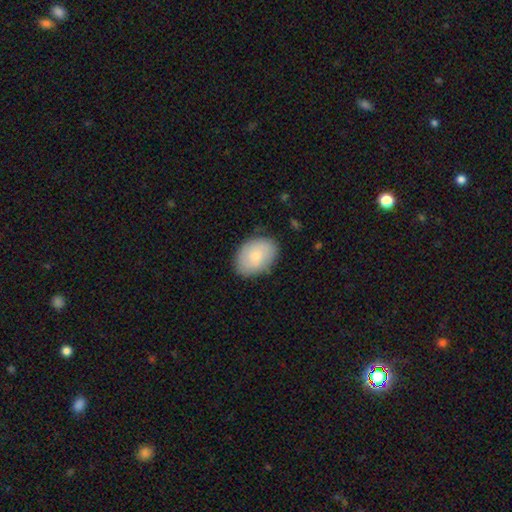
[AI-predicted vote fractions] The model was most divided on "smooth or featured": smooth: 71%, featured or disk: 22%, star or artifact: 6%. More confident: merging — none (82%); how rounded — in between (79%).